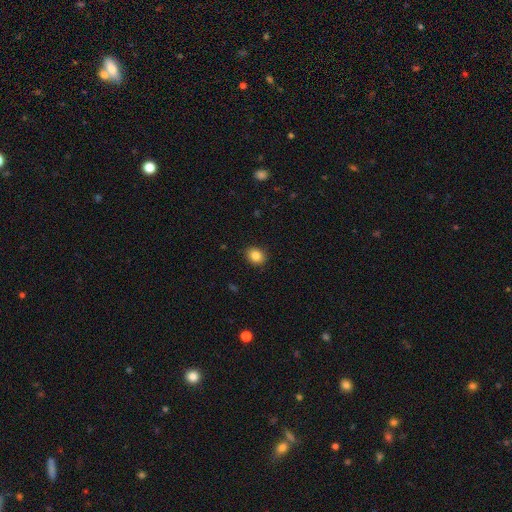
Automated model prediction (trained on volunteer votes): Smooth or featured? smooth (84%)
How rounded? round (61%)
Merging? none (90%)